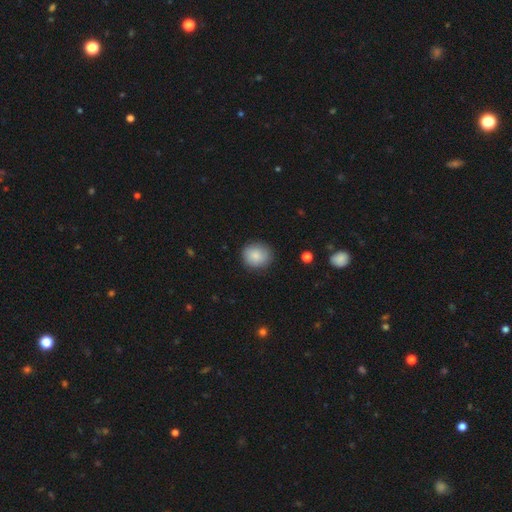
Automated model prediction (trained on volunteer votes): This is clearly a smooth galaxy (86%). How rounded: clearly round (80%). Merging: clearly none (85%).